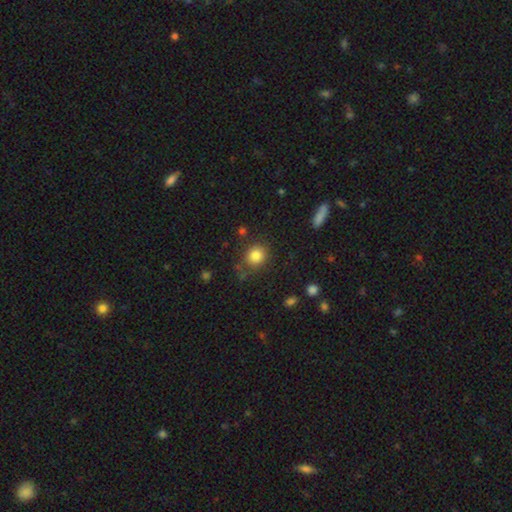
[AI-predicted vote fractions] smooth_or_featured: smooth (p=0.83) [alt: star or artifact p=0.11]
how_rounded: round (p=0.80) [alt: in between p=0.19]
merging: none (p=0.80) [alt: minor disturbance p=0.12]